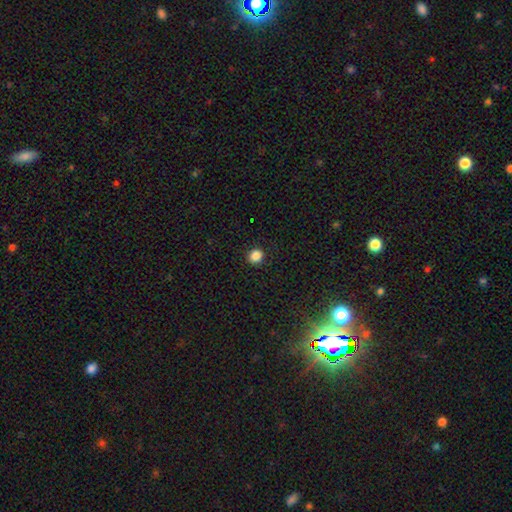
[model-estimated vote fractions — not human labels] A smooth galaxy with no disk features (86%) that is round (87%). Merging: none (91%).